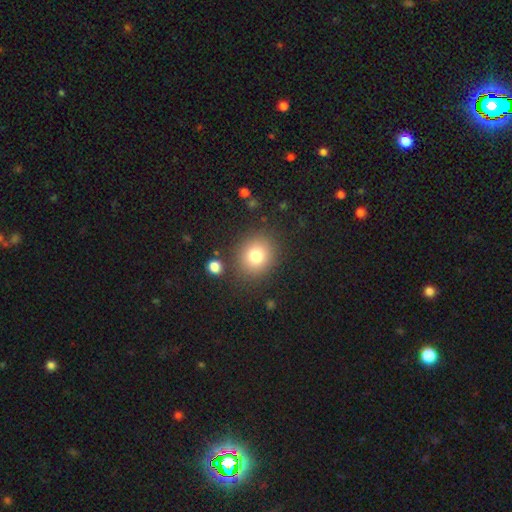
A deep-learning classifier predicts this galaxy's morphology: type=smooth (79%); roundness=round (74%); merging=none (84%).